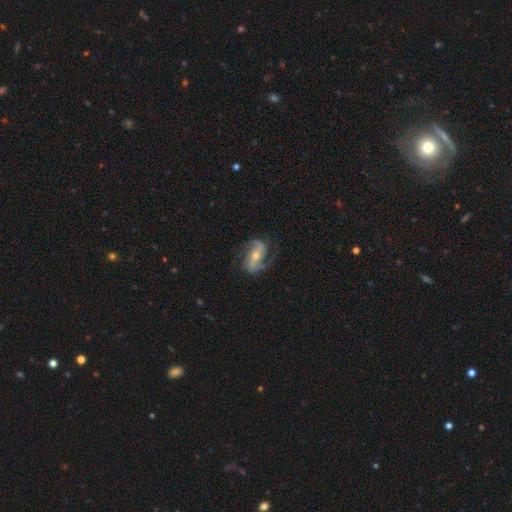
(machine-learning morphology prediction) featured or disk 87%, smooth 7%, star or artifact 6%. Down the decision tree: edge-on disk — no (95%); bar — strong (49%); spiral arms — yes (96%); spiral arm count — 2 (90%); spiral winding — medium (44%); bulge size — small (50%); merging — none (76%).